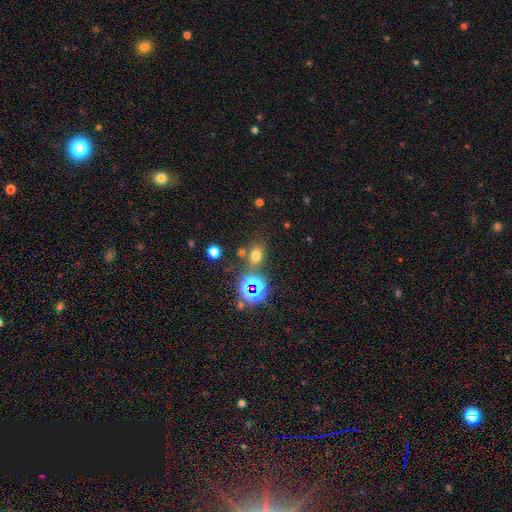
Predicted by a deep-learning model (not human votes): smooth 61%, star or artifact 30%, featured or disk 9%. Down the decision tree: how rounded — in between (56%); merging — none (71%).